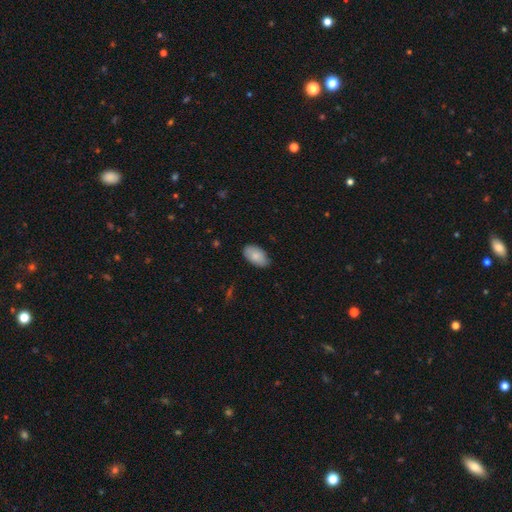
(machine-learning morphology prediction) A smooth galaxy with no disk features (84%) that is in between round and cigar-shaped (95%).

Vote fractions:
- Smooth or featured? smooth: 84% / featured or disk: 9% / star or artifact: 6%
- How rounded? in between: 95% / round: 4% / cigar-shaped: 2%
- Merging? none: 83% / minor disturbance: 14% / major disturbance: 2% / merger: 1%